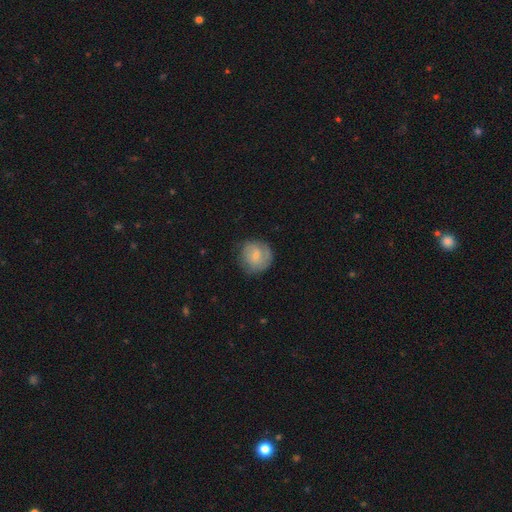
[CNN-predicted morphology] Overall: smooth (48%; featured or disk 45%). Merging: none (76%).